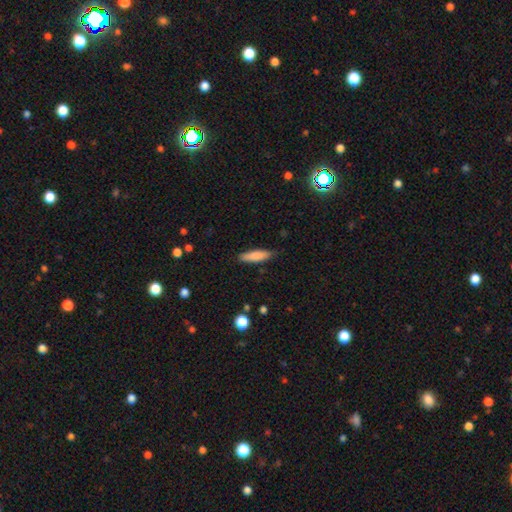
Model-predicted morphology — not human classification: Smooth or featured?
  - smooth: 84% *
  - featured or disk: 10%
  - star or artifact: 6%
How rounded?
  - cigar-shaped: 67% *
  - in between: 31%
  - round: 1%
Merging?
  - none: 82% *
  - minor disturbance: 14%
  - major disturbance: 2%
  - merger: 1%